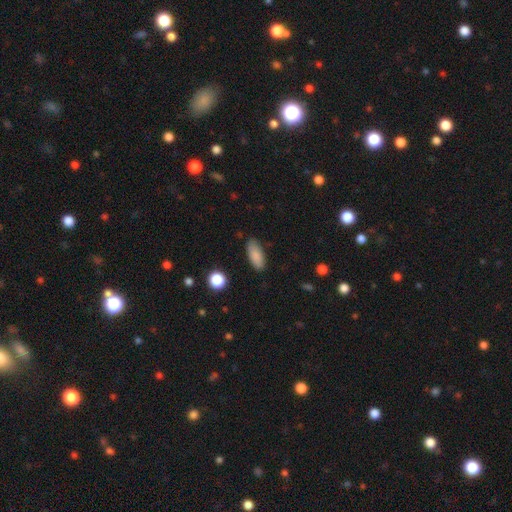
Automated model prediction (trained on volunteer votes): smooth 86%, star or artifact 8%, featured or disk 6%. Down the decision tree: how rounded — in between (82%); merging — none (81%).